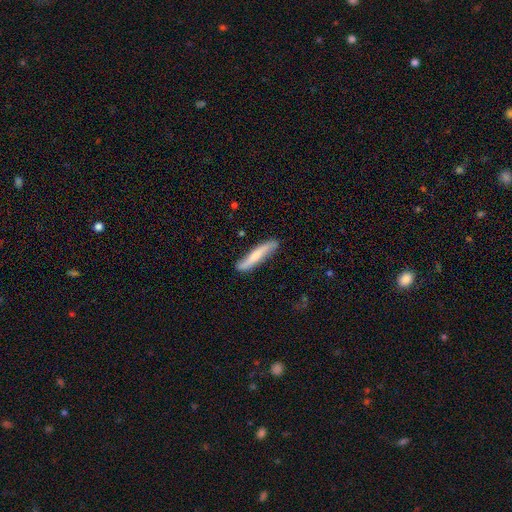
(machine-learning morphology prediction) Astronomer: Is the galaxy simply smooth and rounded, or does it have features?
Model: smooth — 60%.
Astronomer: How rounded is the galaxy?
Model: cigar-shaped — 91%.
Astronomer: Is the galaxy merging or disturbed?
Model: none — 83%.